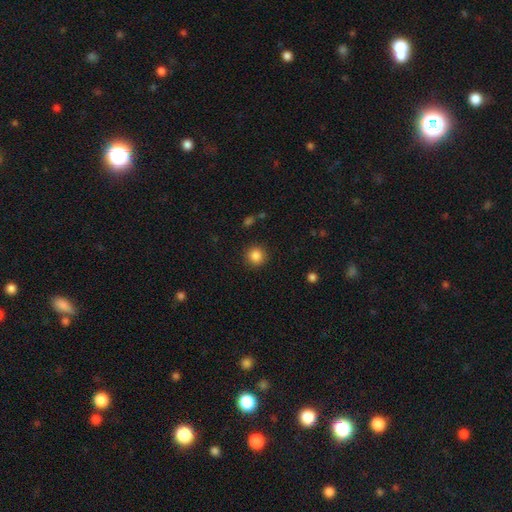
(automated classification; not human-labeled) Morphology: type=smooth (86%); roundness=round (93%); merging=none (90%).